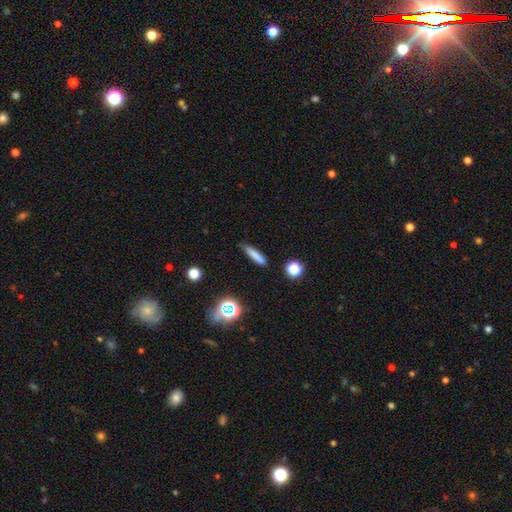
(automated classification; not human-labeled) Smooth or featured: smooth — 77% (featured or disk — 12%)
How rounded: cigar-shaped — 85% (in between — 12%)
Merging: none — 82% (minor disturbance — 13%)